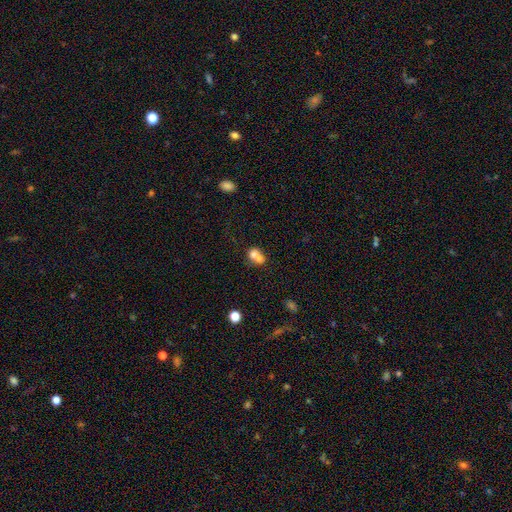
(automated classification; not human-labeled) A smooth galaxy with no disk features (70%) that is in between round and cigar-shaped (52%).

Vote fractions:
- Smooth or featured? smooth: 70% / featured or disk: 19% / star or artifact: 11%
- How rounded? in between: 52% / round: 46% / cigar-shaped: 2%
- Merging? merger: 65% / none: 22% / minor disturbance: 8% / major disturbance: 5%